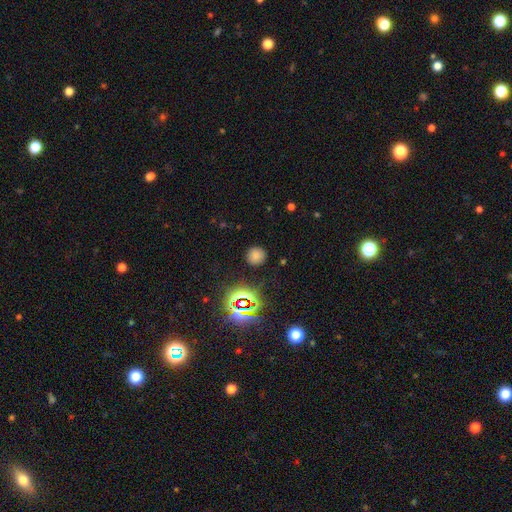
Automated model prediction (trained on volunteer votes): Q: Smooth or featured?
A: smooth (69%); runner-up: star or artifact (24%)
Q: How rounded?
A: round (91%); runner-up: in between (8%)
Q: Merging?
A: none (87%); runner-up: minor disturbance (9%)